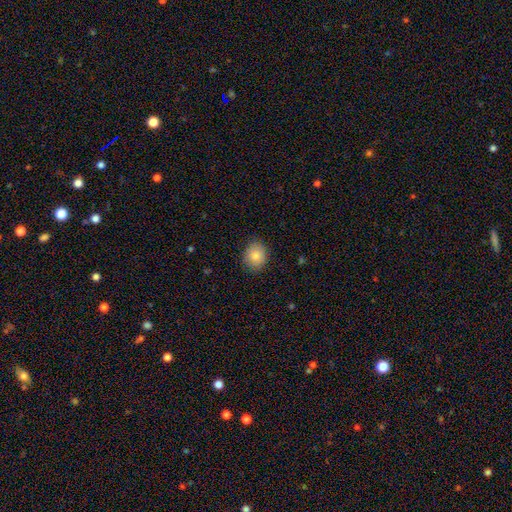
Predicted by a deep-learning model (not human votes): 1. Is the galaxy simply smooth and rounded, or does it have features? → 86% smooth, 8% star or artifact, 6% featured or disk.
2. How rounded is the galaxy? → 59% round, 40% in between, 1% cigar-shaped.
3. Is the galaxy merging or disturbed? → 86% none, 11% minor disturbance, 2% major disturbance, 1% merger.